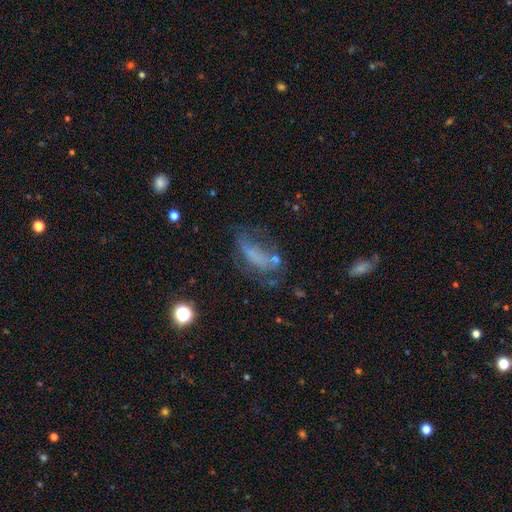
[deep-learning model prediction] Overall: featured or disk (40%; smooth 39%). Merging: none (39%; major disturbance 30%).